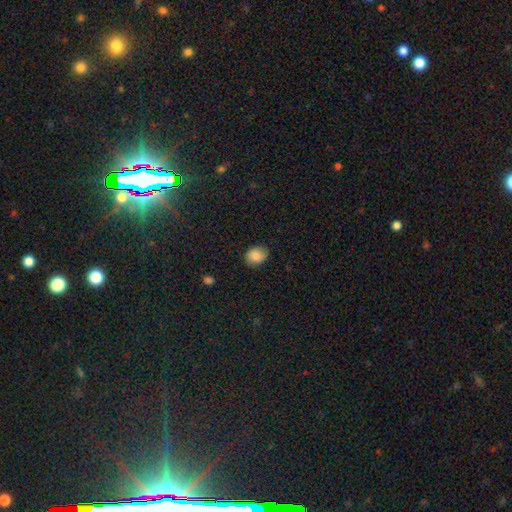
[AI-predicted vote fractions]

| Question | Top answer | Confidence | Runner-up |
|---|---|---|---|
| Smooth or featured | smooth | 87% | star or artifact (9%) |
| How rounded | round | 53% | in between (46%) |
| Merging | none | 82% | minor disturbance (14%) |